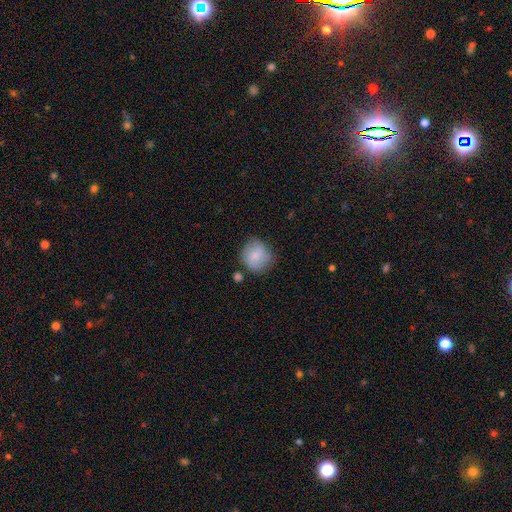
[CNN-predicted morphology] type=smooth (76%); roundness=round (83%); merging=none (64%).